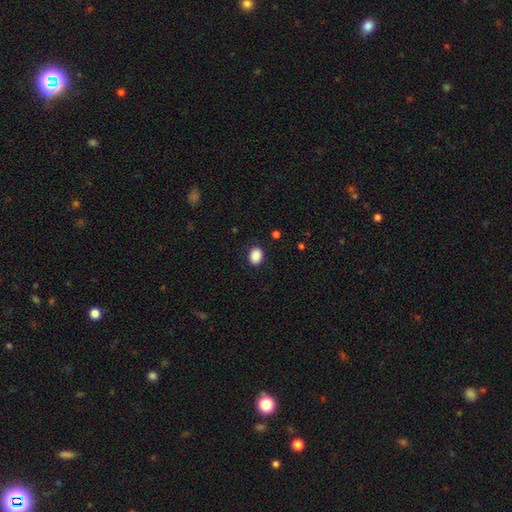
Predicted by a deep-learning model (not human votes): The model was most divided on "how rounded": in between: 59%, round: 41%, cigar-shaped: 1%. More confident: smooth or featured — smooth (89%); merging — none (87%).